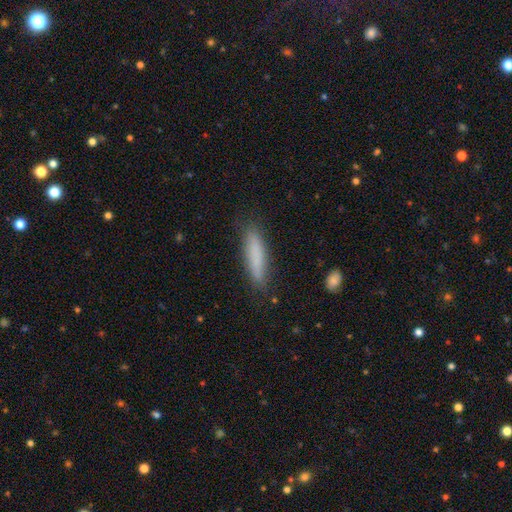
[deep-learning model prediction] smooth-or-featured: smooth: 79% | featured or disk: 14% | star or artifact: 7%
  how-rounded: cigar-shaped: 85% | in between: 14% | round: 1%
  merging: none: 85% | minor disturbance: 11% | major disturbance: 3% | merger: 1%